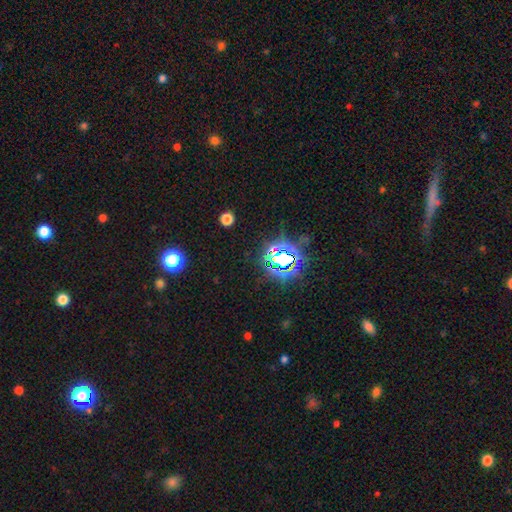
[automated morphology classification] This is likely a star or artifact rather than a galaxy (79%).